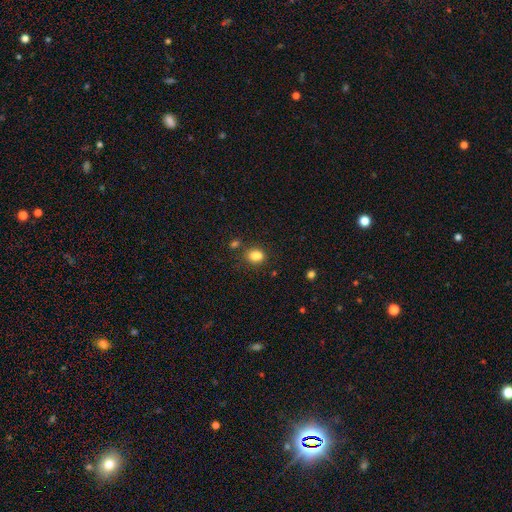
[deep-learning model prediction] Smooth or featured?
  - smooth: 81% *
  - star or artifact: 12%
  - featured or disk: 7%
How rounded?
  - round: 51% *
  - in between: 47%
  - cigar-shaped: 1%
Merging?
  - none: 61% *
  - merger: 19%
  - minor disturbance: 16%
  - major disturbance: 5%